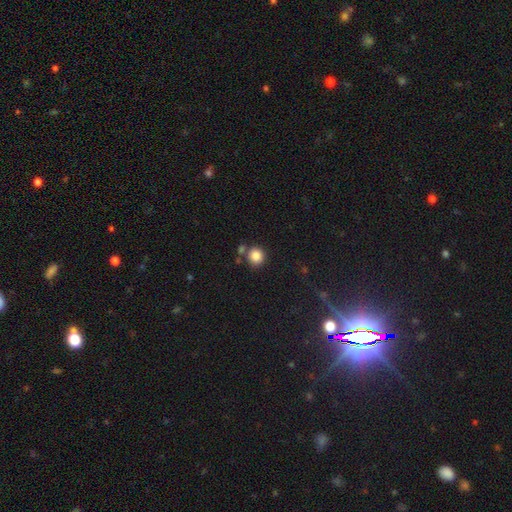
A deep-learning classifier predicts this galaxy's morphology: A smooth galaxy with no disk features (85%) that is round (90%).

Vote fractions:
- Smooth or featured? smooth: 85% / star or artifact: 10% / featured or disk: 4%
- How rounded? round: 90% / in between: 9% / cigar-shaped: 1%
- Merging? none: 74% / merger: 14% / minor disturbance: 9% / major disturbance: 3%